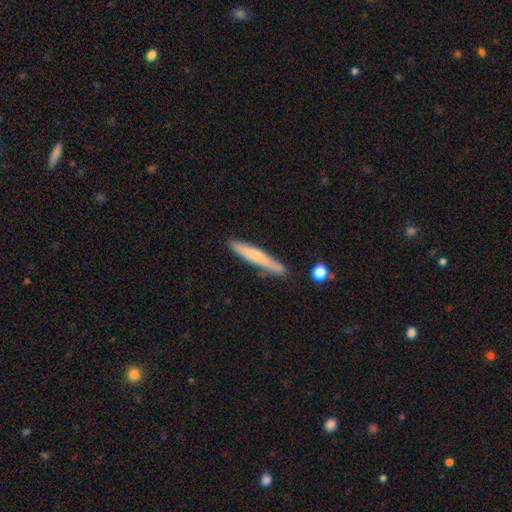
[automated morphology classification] Smooth or featured? smooth (57%)
How rounded? cigar-shaped (94%)
Merging? none (81%)